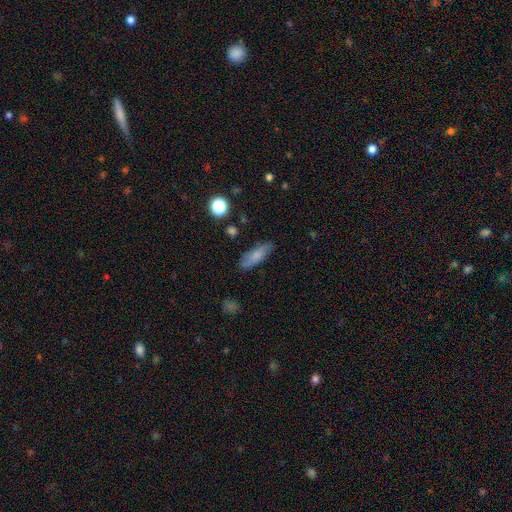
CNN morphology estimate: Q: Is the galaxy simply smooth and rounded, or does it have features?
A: smooth — 78%.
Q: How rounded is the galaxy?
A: in between — 56%.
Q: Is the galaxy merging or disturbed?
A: none — 82%.